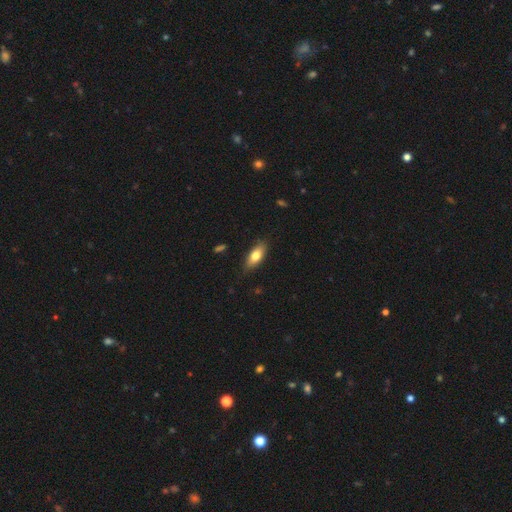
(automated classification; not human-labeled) Morphology: type=smooth (73%); roundness=in between (76%); merging=none (82%).